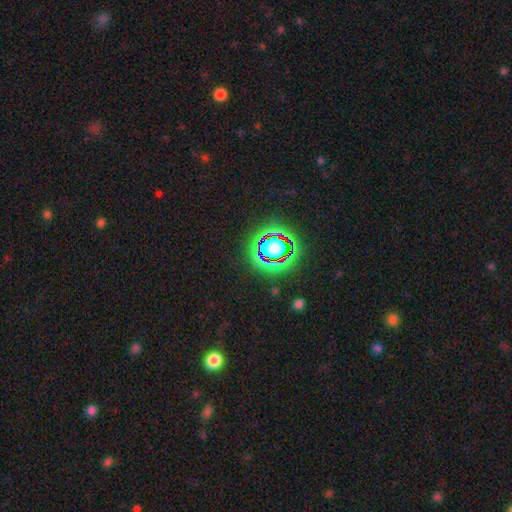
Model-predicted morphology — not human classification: Smooth or featured?
  - star or artifact: 70% *
  - smooth: 19%
  - featured or disk: 11%